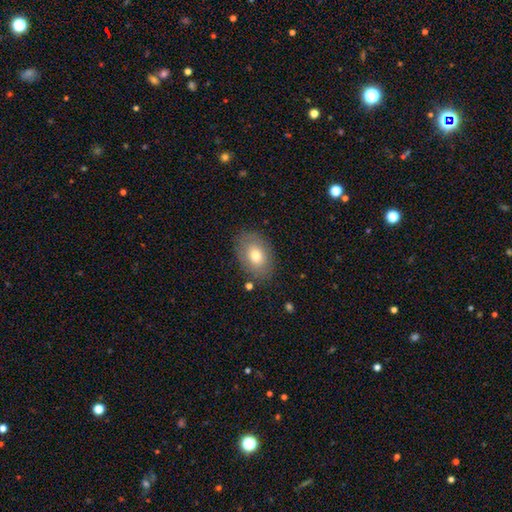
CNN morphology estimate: type=smooth (73%); roundness=in between (85%); merging=none (82%).